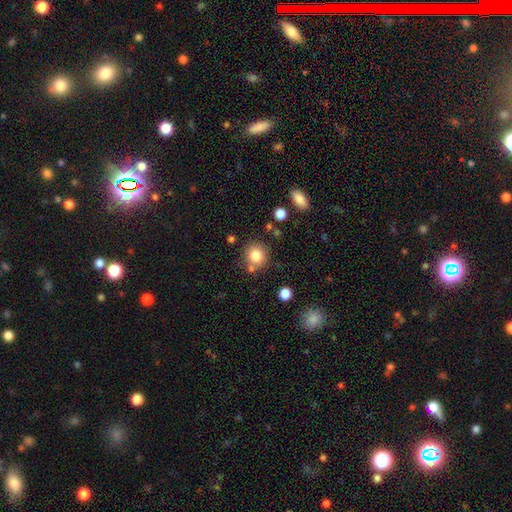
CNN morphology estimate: smooth 82%, star or artifact 11%, featured or disk 7%. Down the decision tree: how rounded — round (87%); merging — none (74%).